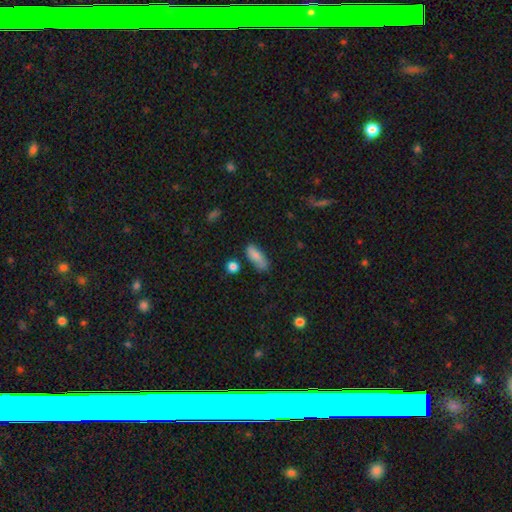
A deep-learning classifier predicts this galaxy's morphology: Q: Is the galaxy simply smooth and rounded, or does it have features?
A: smooth — 82%.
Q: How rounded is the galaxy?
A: in between — 66%.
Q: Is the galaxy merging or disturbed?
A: none — 60%.